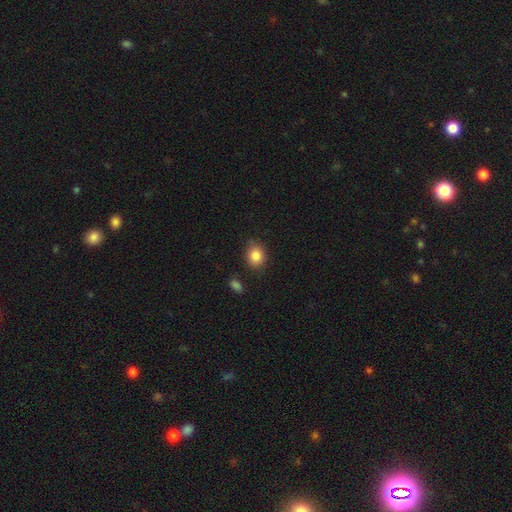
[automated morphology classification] This appears to be a smooth galaxy with no disk features (85%) that is round (58%). Merging: none (80%).